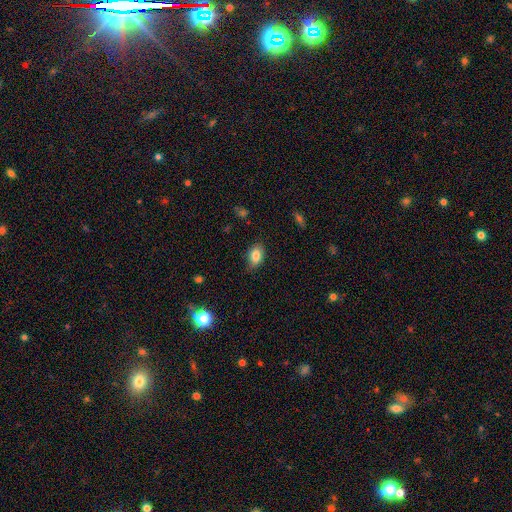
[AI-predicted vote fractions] Overall: smooth (84%). How rounded: in between (86%). Merging: none (82%).